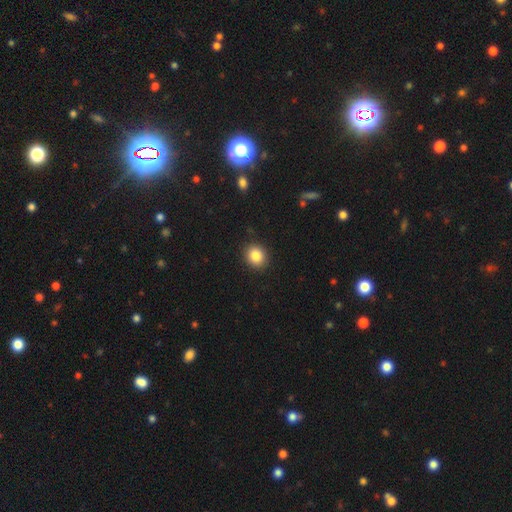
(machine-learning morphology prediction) Overall: smooth (86%). How rounded: round (76%). Merging: none (91%).